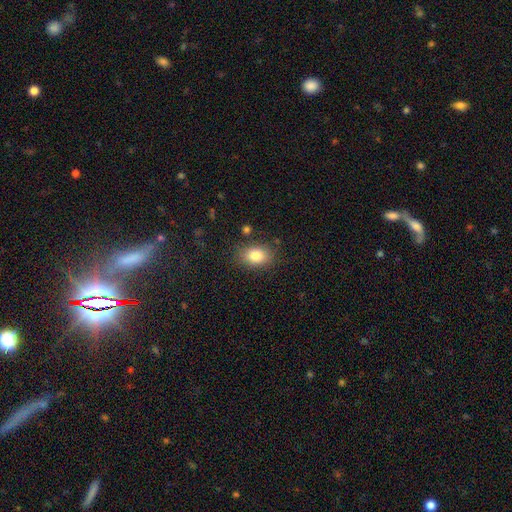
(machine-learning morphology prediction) A smooth galaxy with no disk features (83%) that is in between round and cigar-shaped (80%). Merging: none (82%).